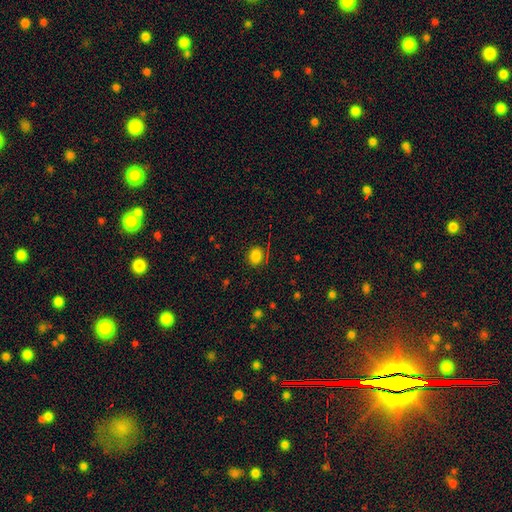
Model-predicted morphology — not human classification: Smooth or featured? smooth (81%)
How rounded? round (59%)
Merging? none (80%)